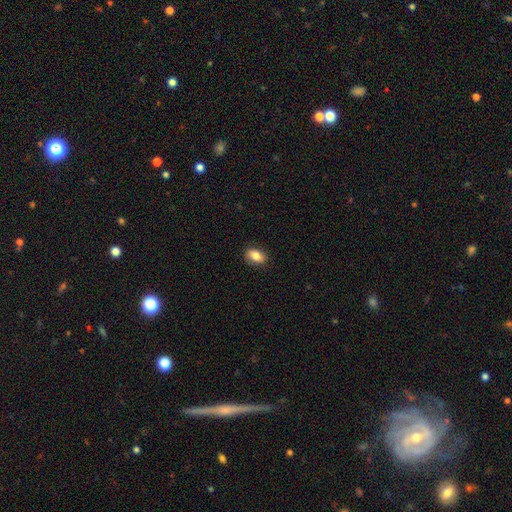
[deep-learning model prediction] This appears to be a smooth galaxy with no disk features (82%) that is in between round and cigar-shaped (84%). Merging: none (85%).